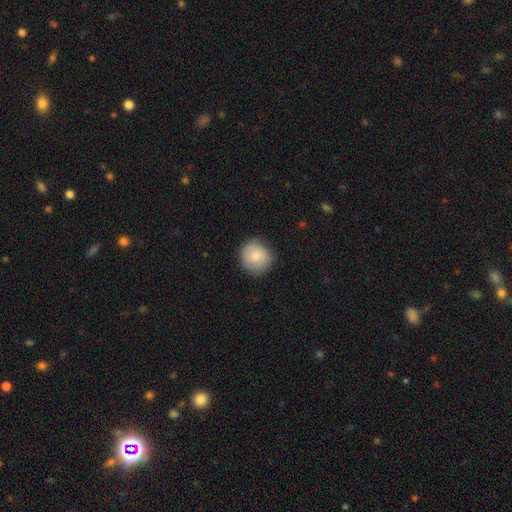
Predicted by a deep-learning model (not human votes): Overall: smooth (72%). How rounded: round (91%). Merging: none (84%).